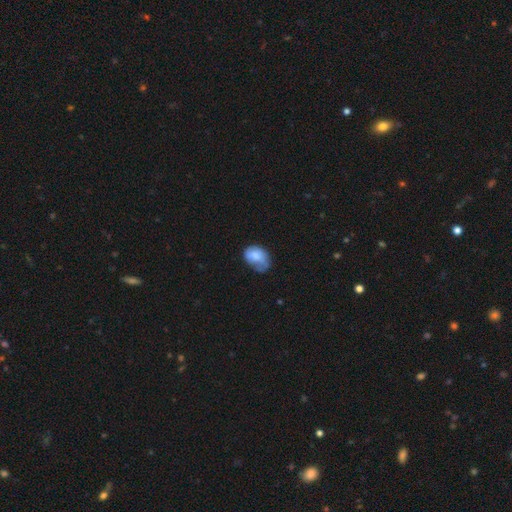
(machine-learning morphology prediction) Smooth or featured? Predicted: smooth (p=0.72). How rounded? Predicted: in between (p=0.74). Merging? Predicted: minor disturbance (p=0.40).